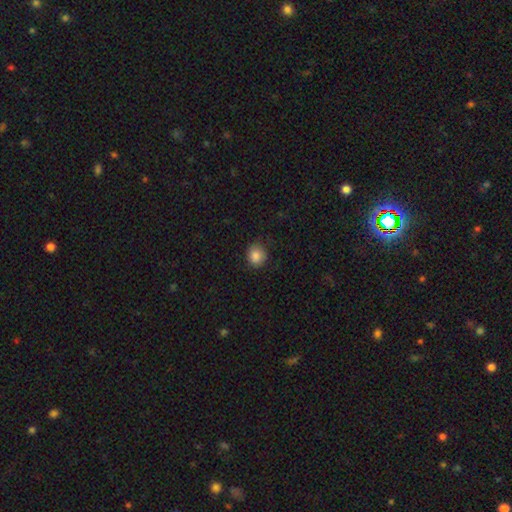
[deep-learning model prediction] Smooth or featured: smooth — 86% (star or artifact — 10%)
How rounded: round — 81% (in between — 18%)
Merging: none — 81% (minor disturbance — 15%)